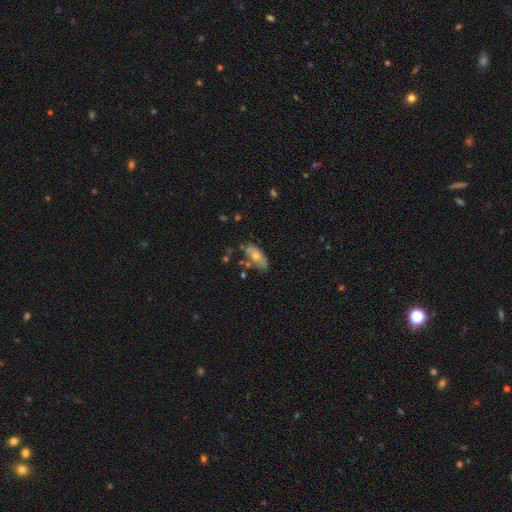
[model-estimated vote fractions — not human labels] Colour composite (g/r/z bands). It shows a smooth galaxy with no disk features (60%) that is in between round and cigar-shaped (87%). Merging: none (57%).